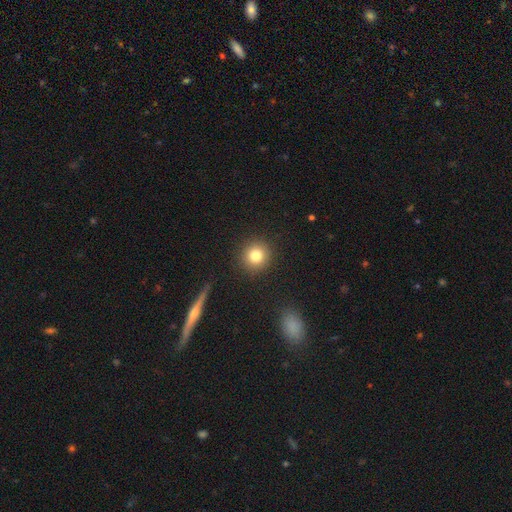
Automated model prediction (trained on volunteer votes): A smooth galaxy with no disk features (80%) that is round (92%).

Vote fractions:
- Smooth or featured? smooth: 80% / star or artifact: 11% / featured or disk: 8%
- How rounded? round: 92% / in between: 7% / cigar-shaped: 1%
- Merging? none: 91% / minor disturbance: 6% / major disturbance: 2% / merger: 1%